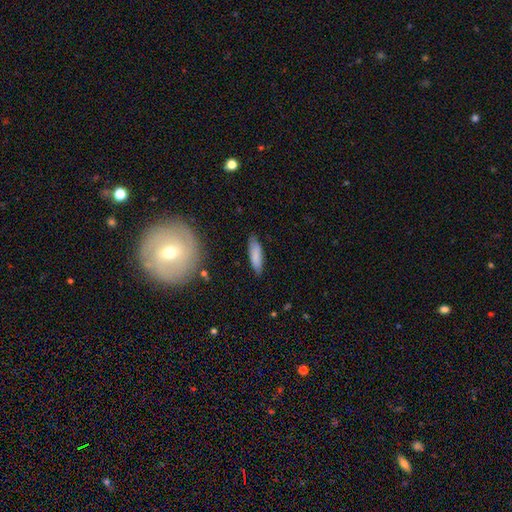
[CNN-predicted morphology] Smooth or featured: smooth — 83% (featured or disk — 11%)
How rounded: cigar-shaped — 59% (in between — 39%)
Merging: none — 83% (minor disturbance — 13%)